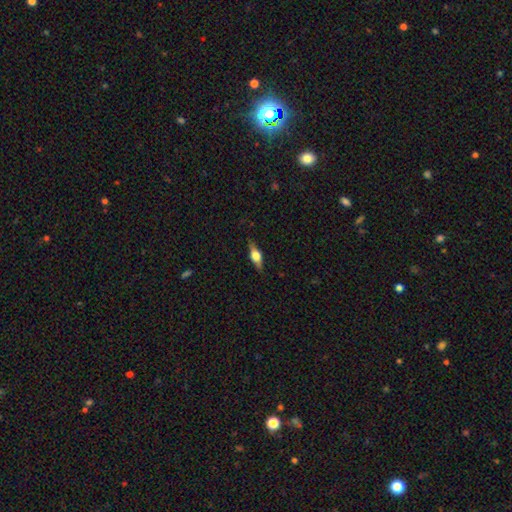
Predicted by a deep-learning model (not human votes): Overall: featured or disk (57%; smooth 36%). Edge-on disk: yes (94%). Edge-on bulge: rounded (92%). Merging: none (85%).